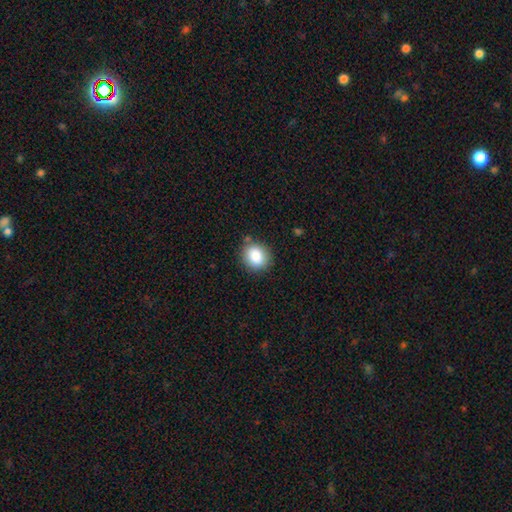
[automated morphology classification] smooth_or_featured: smooth (p=0.86) [alt: star or artifact p=0.09]
how_rounded: round (p=0.71) [alt: in between p=0.28]
merging: none (p=0.83) [alt: minor disturbance p=0.12]